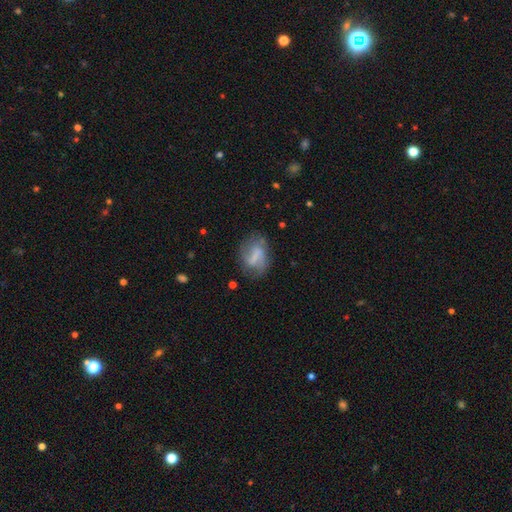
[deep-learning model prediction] A featured or disk galaxy (53%) with a weak bar (41%), spiral arms (69%) and no central bulge (54%).

Vote fractions:
- Smooth or featured? featured or disk: 53% / smooth: 38% / star or artifact: 9%
- Edge-on disk? no: 96% / yes: 4%
- Bar? weak: 41% / strong: 37% / no: 22%
- Spiral arms? yes: 69% / no: 31%
- Bulge size? none: 54% / small: 22% / moderate: 16% / large: 7% / dominant: 2%
- Merging? none: 60% / minor disturbance: 24% / major disturbance: 13% / merger: 3%